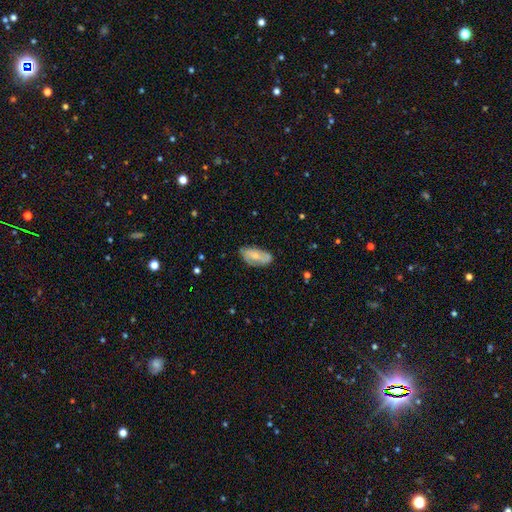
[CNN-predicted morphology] Smooth or featured: smooth — 49% (featured or disk — 44%)
Merging: none — 65% (minor disturbance — 26%)